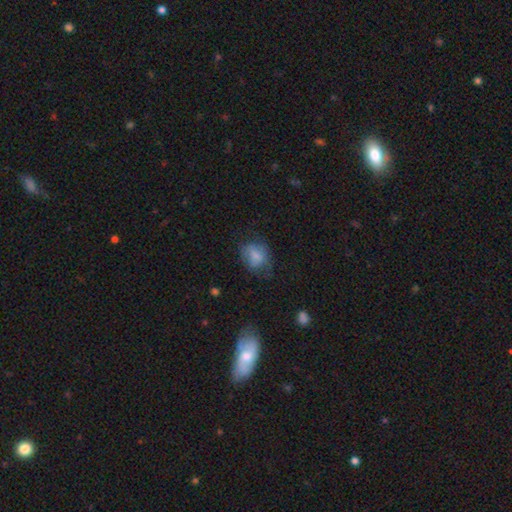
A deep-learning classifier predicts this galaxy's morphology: smooth_or_featured: smooth (p=0.74) [alt: featured or disk p=0.16]
how_rounded: in between (p=0.51) [alt: round p=0.48]
merging: none (p=0.52) [alt: minor disturbance p=0.28]